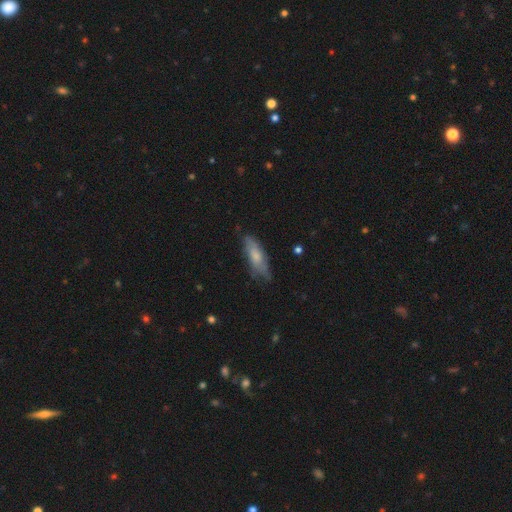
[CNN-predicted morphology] Smooth or featured: smooth — 61% (featured or disk — 32%)
How rounded: in between — 61% (cigar-shaped — 37%)
Merging: none — 56% (minor disturbance — 32%)